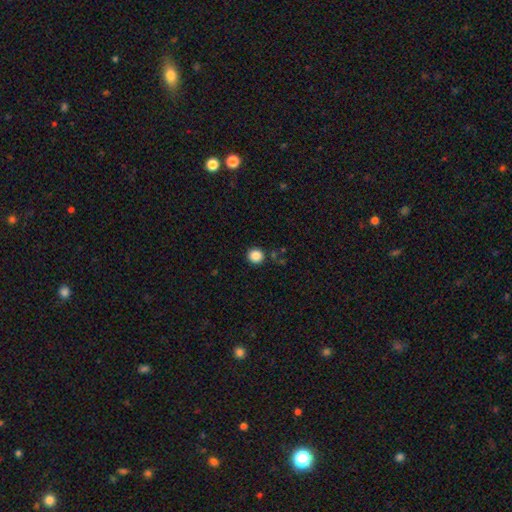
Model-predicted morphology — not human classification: Overall: smooth (86%). How rounded: round (93%). Merging: none (89%).